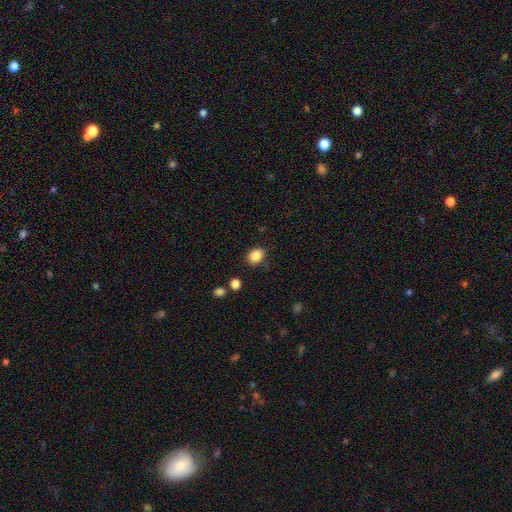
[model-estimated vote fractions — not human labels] smooth 86%, star or artifact 9%, featured or disk 4%. Down the decision tree: how rounded — in between (59%); merging — none (83%).